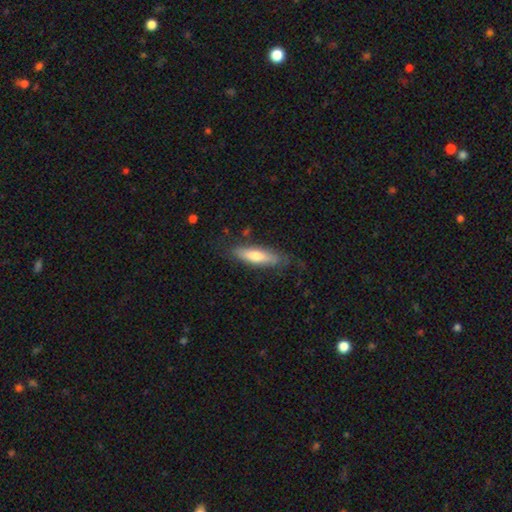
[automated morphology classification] Overall: smooth (66%; featured or disk 29%). How rounded: cigar-shaped (65%; in between 34%). Merging: none (75%).